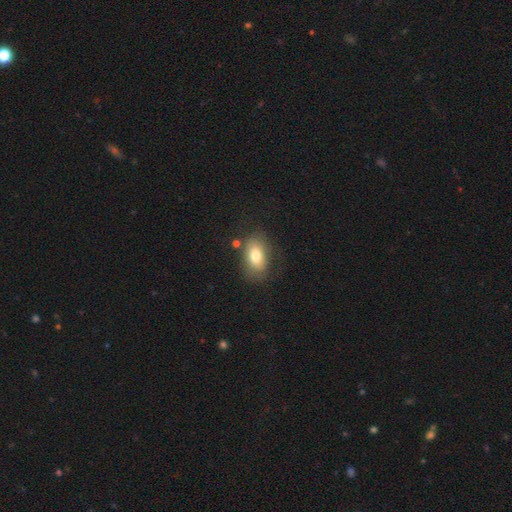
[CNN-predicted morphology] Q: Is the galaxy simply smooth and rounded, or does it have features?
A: smooth — 75%.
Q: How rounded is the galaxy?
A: in between — 85%.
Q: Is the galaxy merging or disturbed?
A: none — 70%.